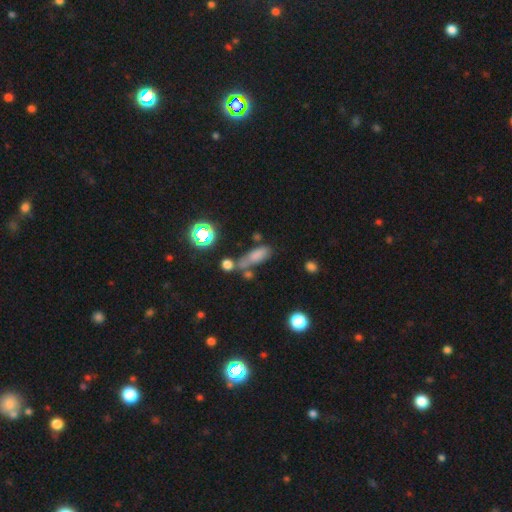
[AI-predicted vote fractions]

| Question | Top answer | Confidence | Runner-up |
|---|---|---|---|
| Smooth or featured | smooth | 68% | star or artifact (19%) |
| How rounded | in between | 53% | cigar-shaped (40%) |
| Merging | none | 44% | merger (25%) |